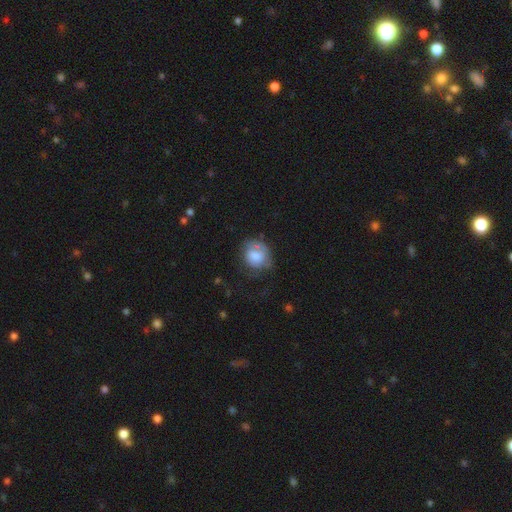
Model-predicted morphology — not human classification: smooth 68%, featured or disk 24%, star or artifact 8%. Down the decision tree: how rounded — round (73%); merging — none (50%).